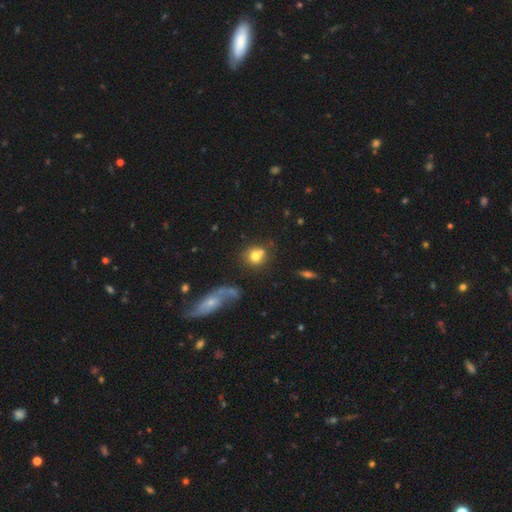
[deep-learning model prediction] smooth_or_featured: smooth (p=0.74) [alt: featured or disk p=0.15]
how_rounded: round (p=0.80) [alt: in between p=0.19]
merging: none (p=0.54) [alt: merger p=0.26]